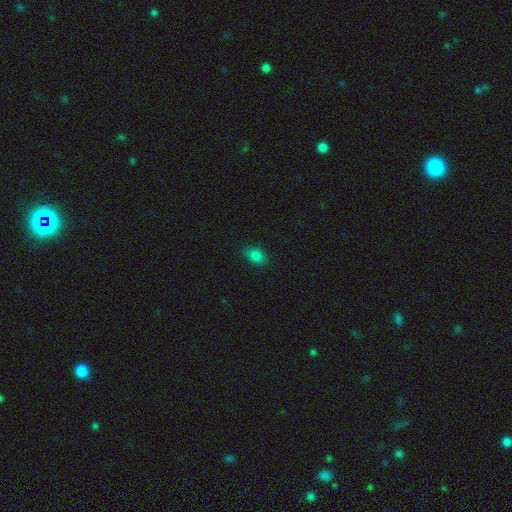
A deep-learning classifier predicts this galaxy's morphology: This appears to be a smooth galaxy with no disk features (83%) that is in between round and cigar-shaped (84%). Merging: none (86%).